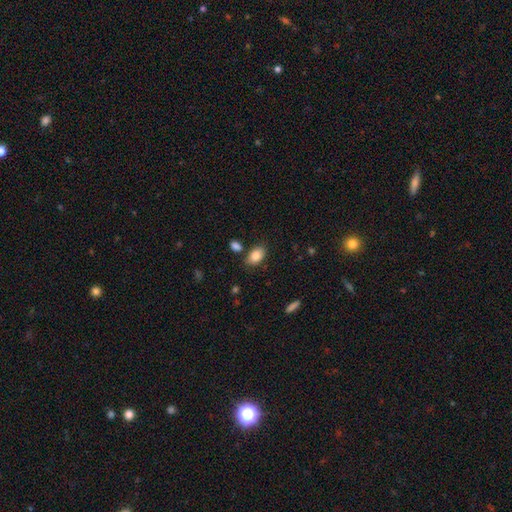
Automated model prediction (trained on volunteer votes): A smooth galaxy with no disk features (85%) that is in between round and cigar-shaped (89%).

Vote fractions:
- Smooth or featured? smooth: 85% / star or artifact: 8% / featured or disk: 7%
- How rounded? in between: 89% / round: 10% / cigar-shaped: 1%
- Merging? none: 77% / minor disturbance: 13% / merger: 7% / major disturbance: 3%